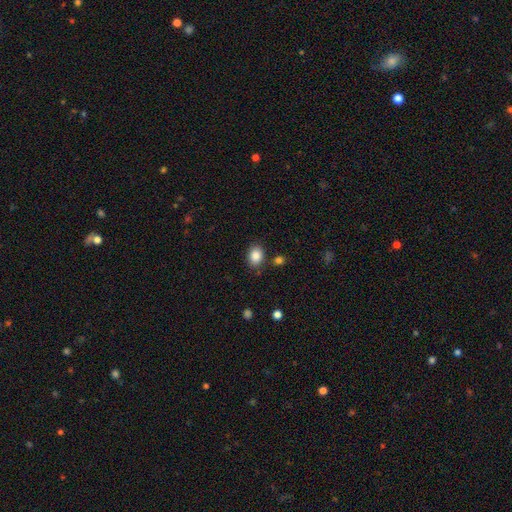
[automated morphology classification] Smooth or featured? smooth (87%)
How rounded? in between (64%)
Merging? none (83%)